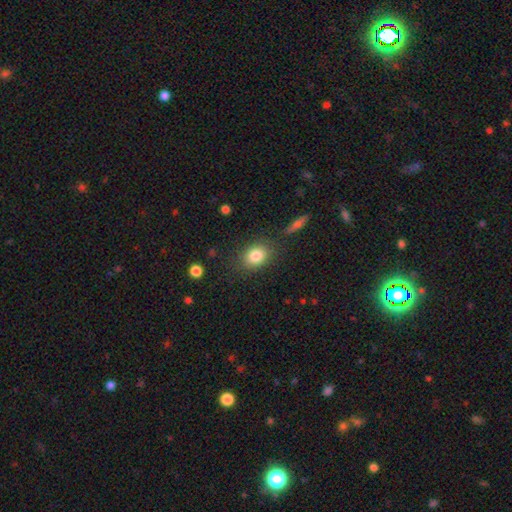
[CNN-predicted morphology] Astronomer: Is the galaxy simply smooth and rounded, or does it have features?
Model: smooth — 83%.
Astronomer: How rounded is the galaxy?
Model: in between — 58% (runner-up: round, 41%).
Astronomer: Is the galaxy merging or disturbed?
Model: none — 80%.